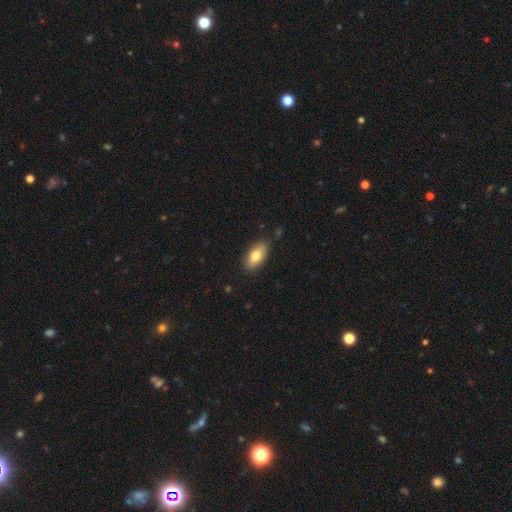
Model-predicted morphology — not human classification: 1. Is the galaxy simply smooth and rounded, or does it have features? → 77% smooth, 16% featured or disk, 7% star or artifact.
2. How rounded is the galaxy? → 91% in between, 6% cigar-shaped, 3% round.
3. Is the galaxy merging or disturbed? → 84% none, 12% minor disturbance, 2% major disturbance, 2% merger.